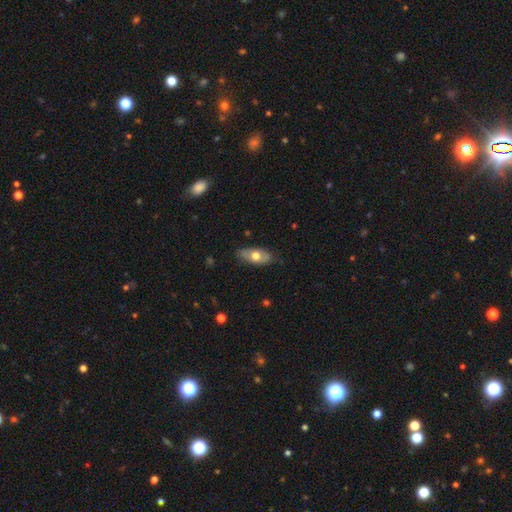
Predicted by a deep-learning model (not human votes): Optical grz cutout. It shows a smooth galaxy with no disk features (56%) that is in between round and cigar-shaped (88%). Merging: none (78%).